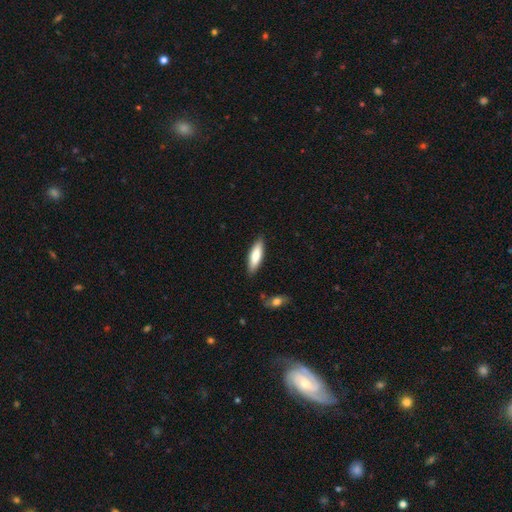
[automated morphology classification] smooth-or-featured: smooth: 77% | featured or disk: 18% | star or artifact: 6%
  how-rounded: cigar-shaped: 56% | in between: 43% | round: 1%
  merging: none: 86% | minor disturbance: 10% | major disturbance: 2% | merger: 2%